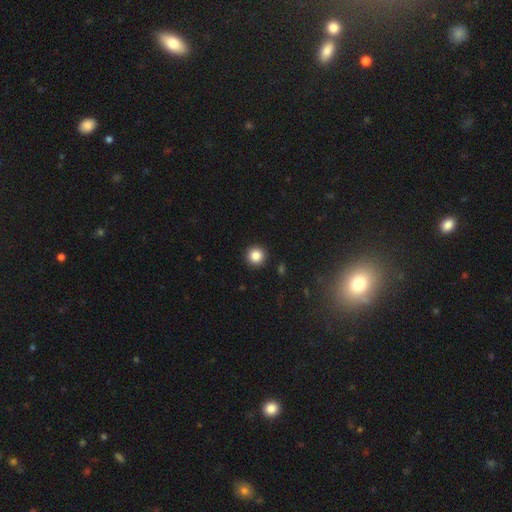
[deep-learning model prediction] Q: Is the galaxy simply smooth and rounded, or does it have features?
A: smooth — 85%.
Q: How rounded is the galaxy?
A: round — 95%.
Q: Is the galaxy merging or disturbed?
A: none — 93%.